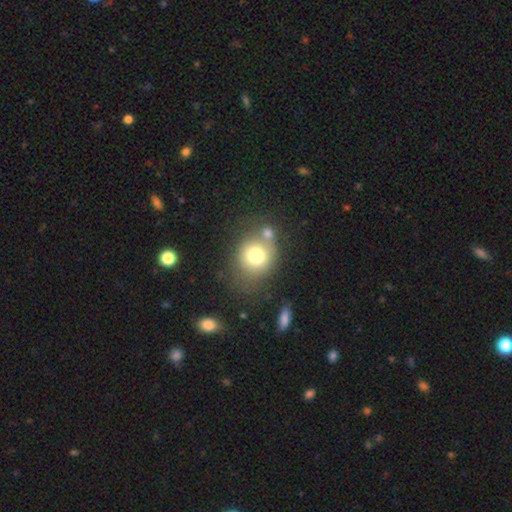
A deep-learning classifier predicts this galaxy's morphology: type=smooth (76%); roundness=round (70%); merging=none (50%).